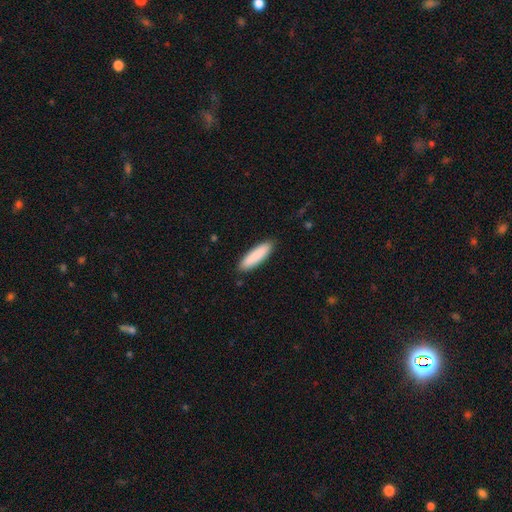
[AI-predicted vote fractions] This appears to be a smooth galaxy with no disk features (88%) that is cigar-shaped (64%). Merging: none (89%).